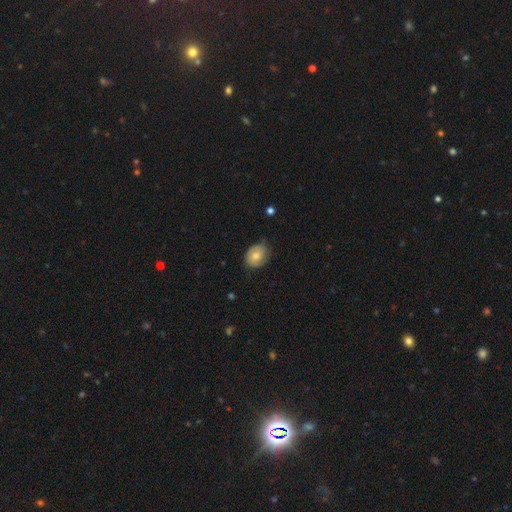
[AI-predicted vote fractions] Smooth or featured: smooth — 72% (featured or disk — 20%)
How rounded: in between — 61% (round — 38%)
Merging: none — 65% (minor disturbance — 28%)